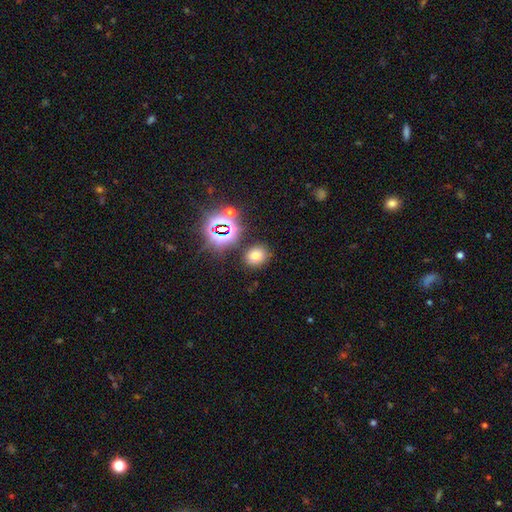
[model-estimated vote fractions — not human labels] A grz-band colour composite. It shows a smooth galaxy with no disk features (69%) that is round (58%). Merging: none (82%).